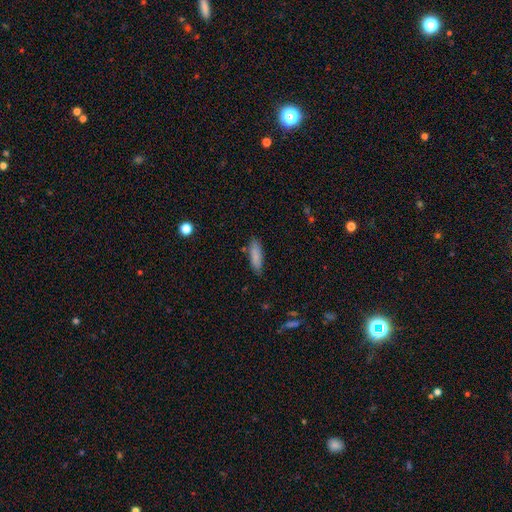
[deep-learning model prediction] The model was most divided on "how rounded": cigar-shaped: 50%, in between: 48%, round: 2%. More confident: smooth or featured — smooth (84%); merging — none (81%).